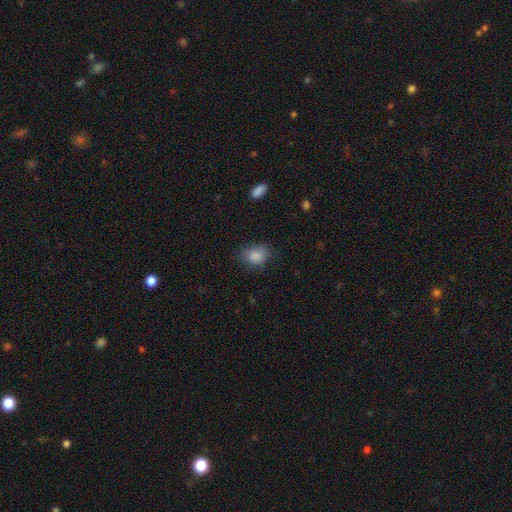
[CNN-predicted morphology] Q: Smooth or featured?
A: smooth (86%); runner-up: star or artifact (9%)
Q: How rounded?
A: in between (54%); runner-up: round (45%)
Q: Merging?
A: none (75%); runner-up: minor disturbance (19%)